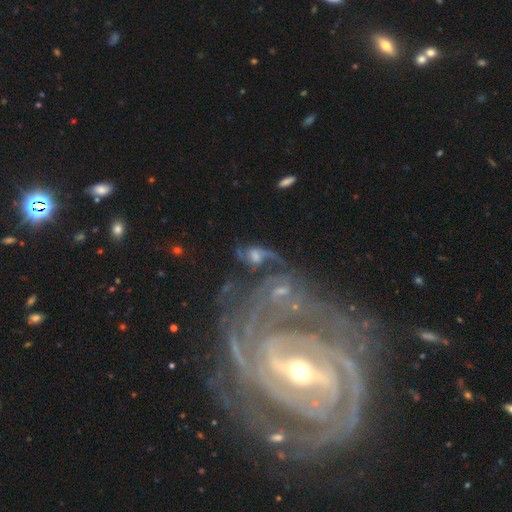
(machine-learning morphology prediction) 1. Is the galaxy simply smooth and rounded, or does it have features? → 73% featured or disk, 16% smooth, 11% star or artifact.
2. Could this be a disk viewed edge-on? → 96% no, 4% yes.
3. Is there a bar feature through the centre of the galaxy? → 55% no, 33% weak, 12% strong.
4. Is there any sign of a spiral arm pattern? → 89% yes, 11% no.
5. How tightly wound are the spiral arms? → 45% loose, 37% medium, 18% tight.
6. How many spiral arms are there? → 59% 2, 14% can't tell, 11% 1, 8% 3, 4% 4, 4% more than 4.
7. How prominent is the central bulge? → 39% moderate, 26% small, 17% large, 15% none, 4% dominant.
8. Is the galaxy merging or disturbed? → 32% none, 29% merger, 23% major disturbance, 16% minor disturbance.